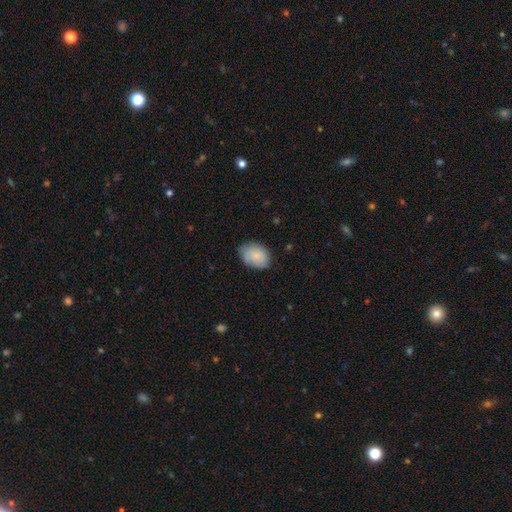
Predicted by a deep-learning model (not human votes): Q: Smooth or featured?
A: smooth (82%); runner-up: featured or disk (12%)
Q: How rounded?
A: in between (79%); runner-up: round (20%)
Q: Merging?
A: none (70%); runner-up: minor disturbance (24%)